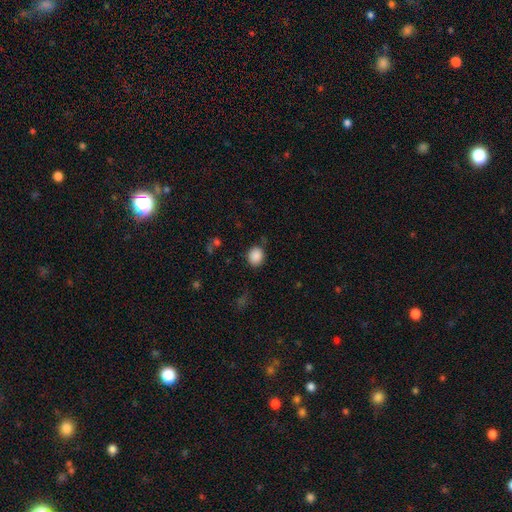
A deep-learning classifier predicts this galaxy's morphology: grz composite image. It shows a smooth galaxy with no disk features (88%) that is round (67%). Merging: none (81%).